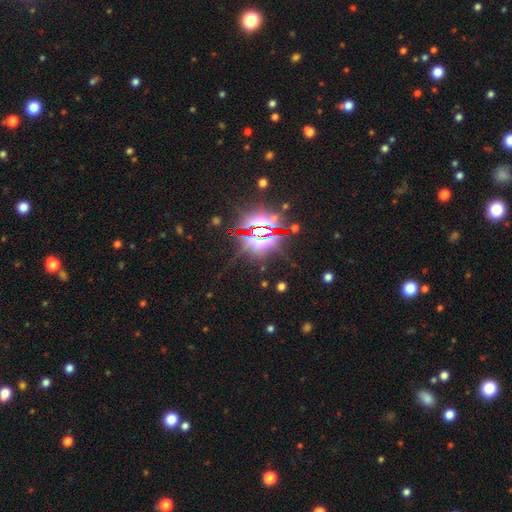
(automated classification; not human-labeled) Q: Smooth or featured?
A: star or artifact (84%); runner-up: smooth (9%)